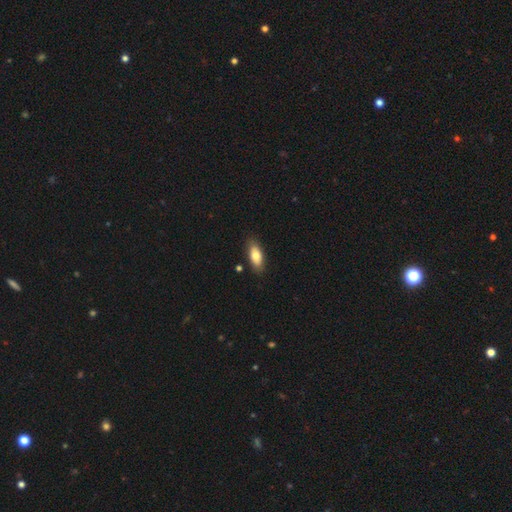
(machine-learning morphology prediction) A smooth galaxy with no disk features (78%) that is in between round and cigar-shaped (83%).

Vote fractions:
- Smooth or featured? smooth: 78% / featured or disk: 16% / star or artifact: 6%
- How rounded? in between: 83% / cigar-shaped: 14% / round: 3%
- Merging? none: 84% / minor disturbance: 12% / major disturbance: 2% / merger: 2%